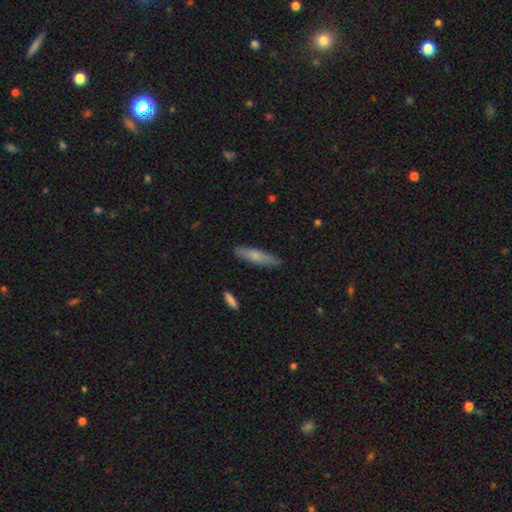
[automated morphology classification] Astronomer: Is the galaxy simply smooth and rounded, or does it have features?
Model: smooth — 67%.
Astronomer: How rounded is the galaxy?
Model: cigar-shaped — 78%.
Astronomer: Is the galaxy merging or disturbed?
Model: none — 87%.